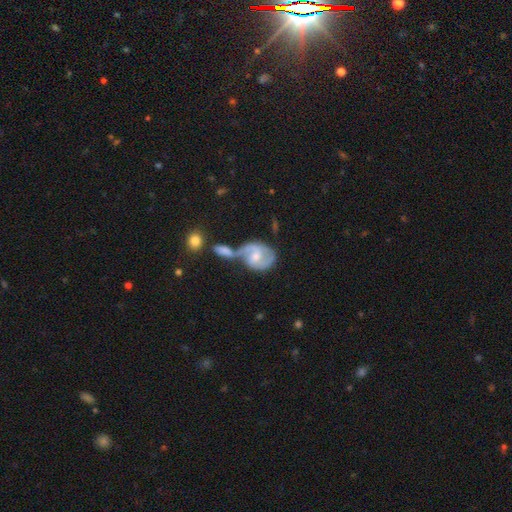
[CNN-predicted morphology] The model was most divided on "bar": weak: 47%, no: 43%, strong: 10%. Remaining: edge-on disk — no (97%); spiral arms — yes (91%); smooth or featured — featured or disk (77%); spiral arm count — 2 (76%); spiral winding — medium (49%); bulge size — moderate (48%); merging — merger (45%).